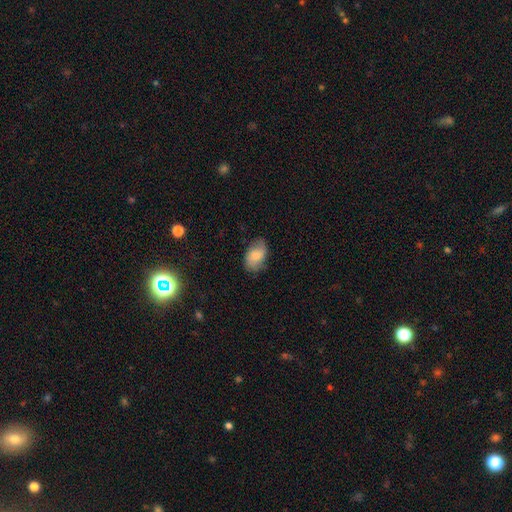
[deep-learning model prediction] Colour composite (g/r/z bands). It shows a smooth galaxy with no disk features (67%) that is in between round and cigar-shaped (87%). Merging: none (69%).